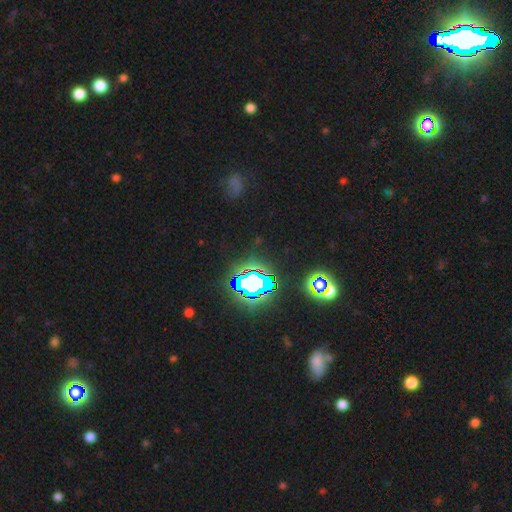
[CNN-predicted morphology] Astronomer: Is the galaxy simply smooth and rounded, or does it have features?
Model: star or artifact — 79%.